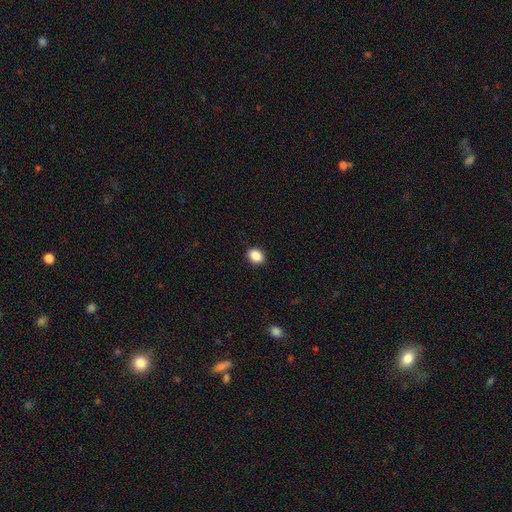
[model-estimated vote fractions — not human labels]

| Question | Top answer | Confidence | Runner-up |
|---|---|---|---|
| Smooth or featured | smooth | 88% | star or artifact (9%) |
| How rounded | in between | 51% | round (48%) |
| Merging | none | 90% | minor disturbance (7%) |